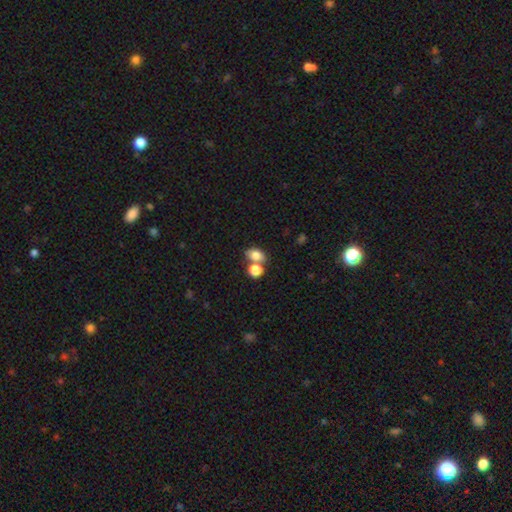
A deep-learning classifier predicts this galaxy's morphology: Smooth or featured: smooth — 78% (featured or disk — 11%)
How rounded: in between — 65% (round — 33%)
Merging: none — 47% (merger — 38%)